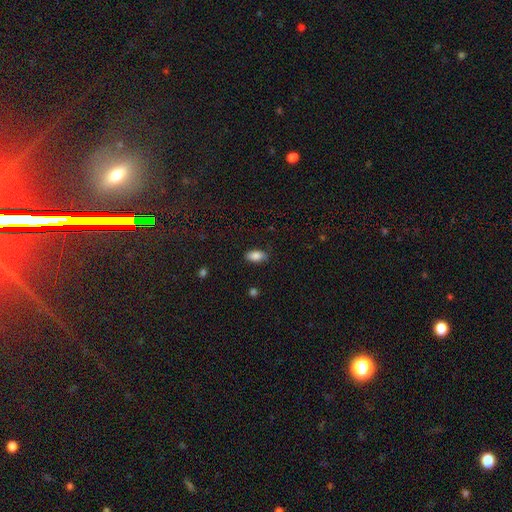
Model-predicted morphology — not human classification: Smooth or featured? smooth (85%)
How rounded? in between (91%)
Merging? none (84%)